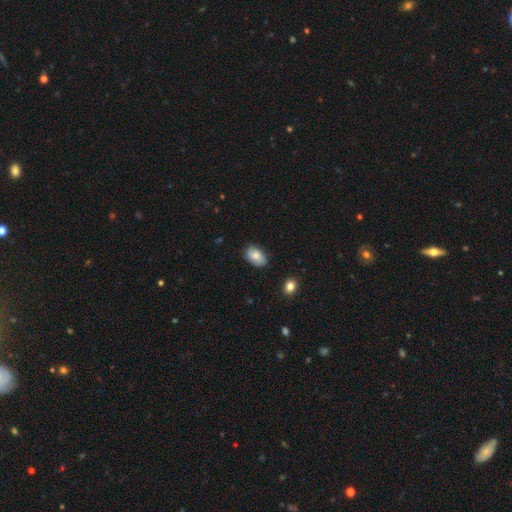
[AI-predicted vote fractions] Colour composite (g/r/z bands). It shows a smooth galaxy with no disk features (78%) that is in between round and cigar-shaped (89%). Merging: none (78%).